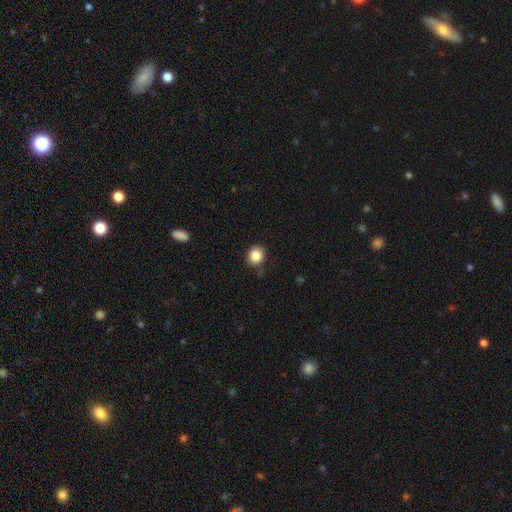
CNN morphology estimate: This is clearly a smooth galaxy (85%). How rounded: likely round (79%). Merging: clearly none (84%).